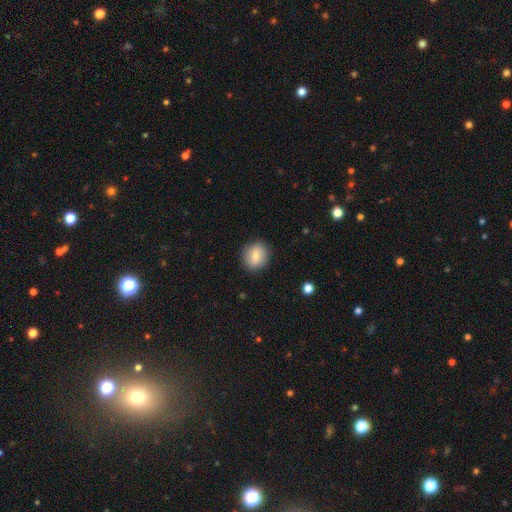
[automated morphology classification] smooth-or-featured: smooth: 77% | featured or disk: 15% | star or artifact: 8%
  how-rounded: round: 75% | in between: 24% | cigar-shaped: 1%
  merging: none: 87% | minor disturbance: 9% | major disturbance: 3% | merger: 1%